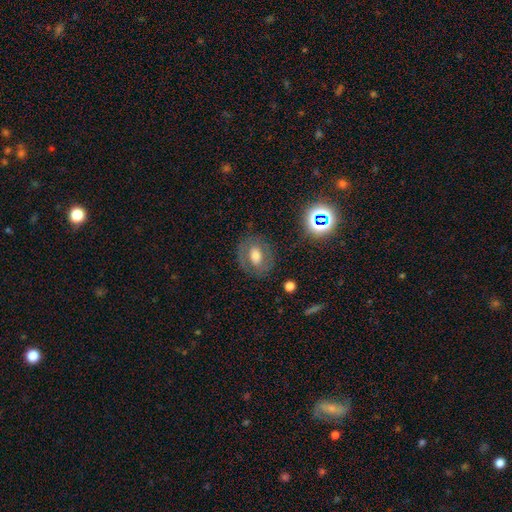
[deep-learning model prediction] smooth 49%, featured or disk 40%, star or artifact 12%. Down the decision tree: merging — none (76%).